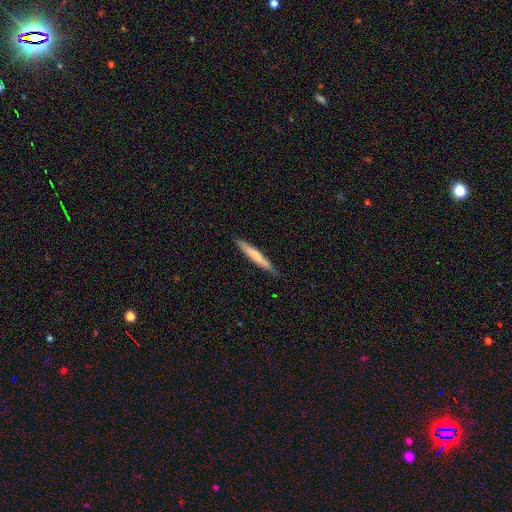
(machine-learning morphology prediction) Q: Smooth or featured?
A: smooth (65%); runner-up: featured or disk (30%)
Q: How rounded?
A: cigar-shaped (95%); runner-up: in between (4%)
Q: Merging?
A: none (85%); runner-up: minor disturbance (13%)